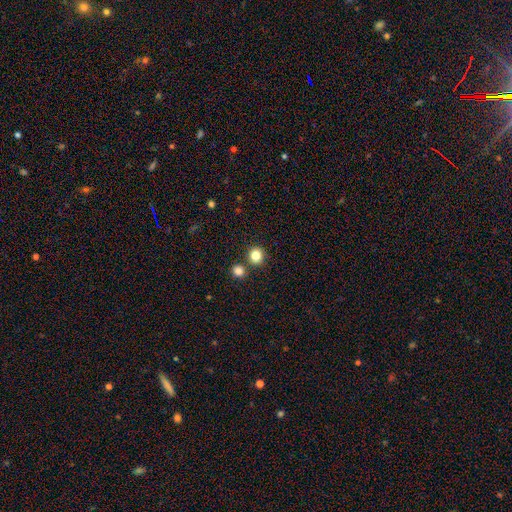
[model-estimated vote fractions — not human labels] This is clearly a smooth galaxy (83%). How rounded: clearly round (89%). Merging: clearly none (82%).